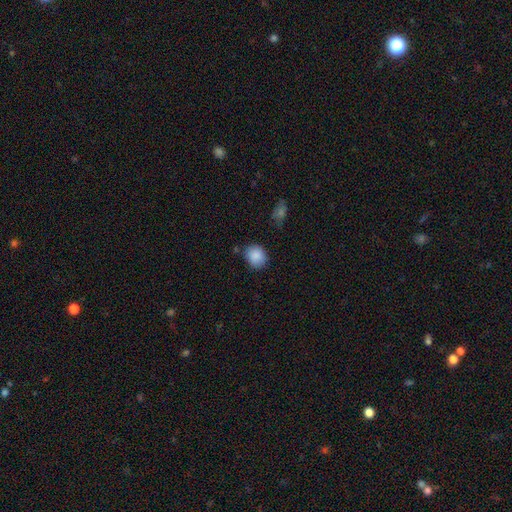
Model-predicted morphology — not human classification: A smooth galaxy with no disk features (88%) that is round (69%). Merging: none (77%).